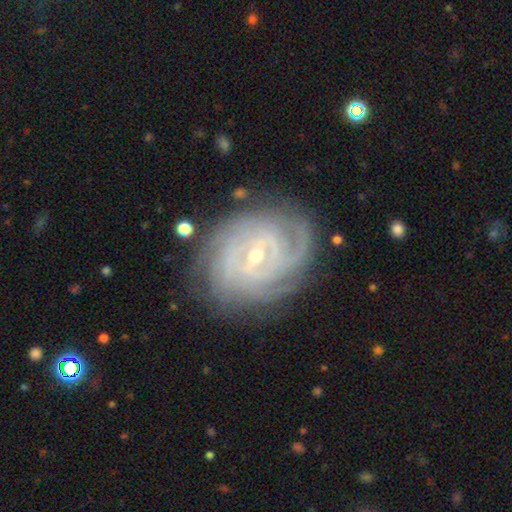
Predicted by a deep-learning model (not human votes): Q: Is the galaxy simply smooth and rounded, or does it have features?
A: featured or disk — 89%.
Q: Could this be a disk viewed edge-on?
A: no — 97%.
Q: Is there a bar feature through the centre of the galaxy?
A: weak — 53%.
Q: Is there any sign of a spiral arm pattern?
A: yes — 98%.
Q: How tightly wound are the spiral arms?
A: tight — 78%.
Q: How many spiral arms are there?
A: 4 — 26%.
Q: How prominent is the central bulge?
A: small — 63%.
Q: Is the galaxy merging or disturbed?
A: none — 79%.